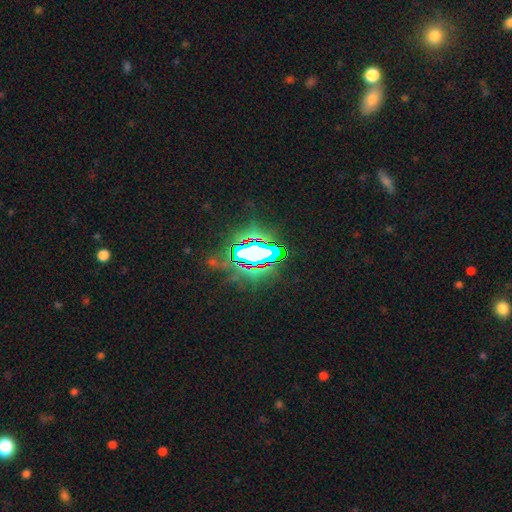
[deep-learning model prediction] A star or artifact, not a galaxy (79%).